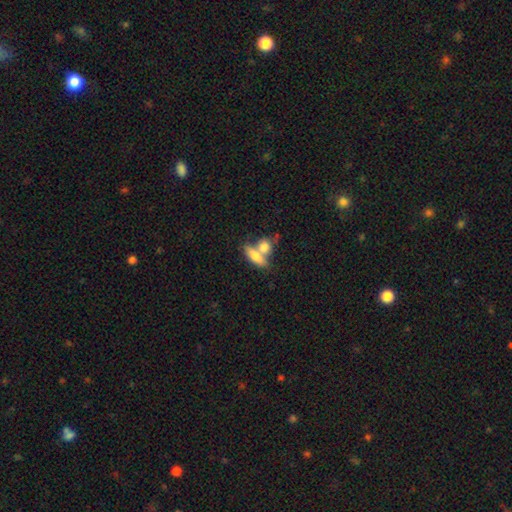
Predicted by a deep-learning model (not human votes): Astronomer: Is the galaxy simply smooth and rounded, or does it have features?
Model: smooth — 74%.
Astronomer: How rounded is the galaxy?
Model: in between — 67%.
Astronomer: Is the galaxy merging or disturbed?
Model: merger — 54% (runner-up: none, 33%).